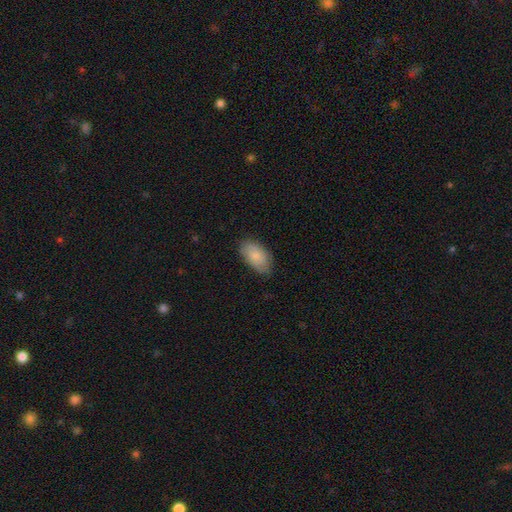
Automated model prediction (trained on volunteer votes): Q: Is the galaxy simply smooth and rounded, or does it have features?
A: smooth — 80%.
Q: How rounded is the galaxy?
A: in between — 94%.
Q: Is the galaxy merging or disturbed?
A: none — 76%.